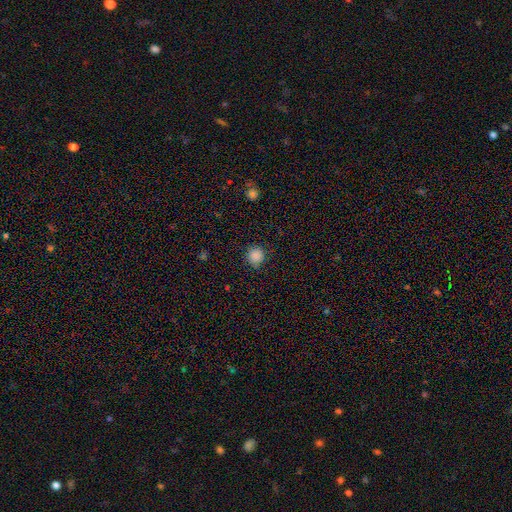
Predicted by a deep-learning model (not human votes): A smooth galaxy with no disk features (87%) that is round (92%). Merging: none (87%).